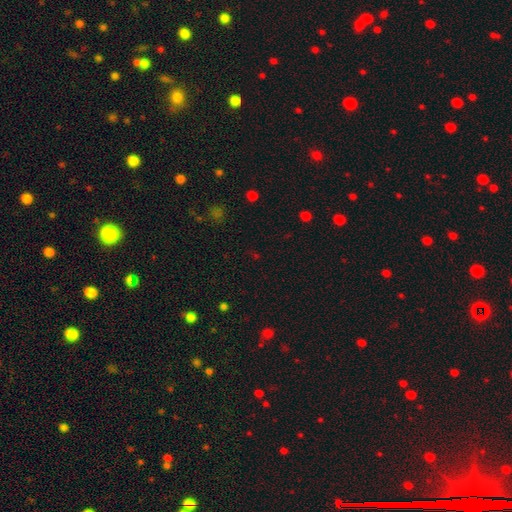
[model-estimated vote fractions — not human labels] This appears to be a star or artifact, not a galaxy (61%).